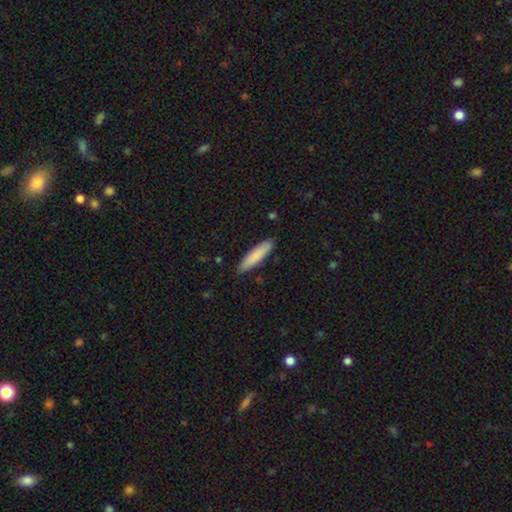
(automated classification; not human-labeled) smooth_or_featured: smooth (p=0.84) [alt: featured or disk p=0.10]
how_rounded: cigar-shaped (p=0.80) [alt: in between p=0.19]
merging: none (p=0.88) [alt: minor disturbance p=0.09]